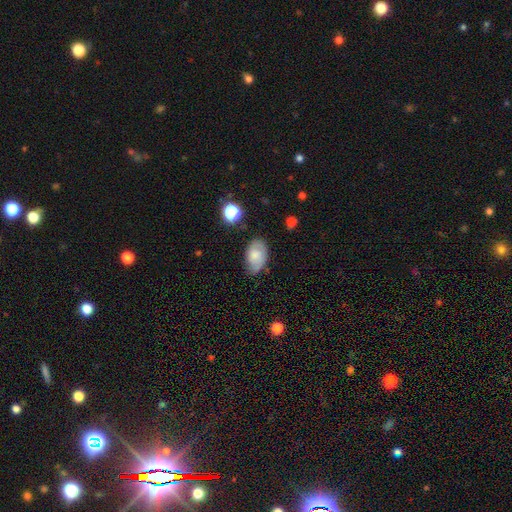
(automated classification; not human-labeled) smooth_or_featured: smooth (p=0.66) [alt: featured or disk p=0.25]
how_rounded: in between (p=0.91) [alt: round p=0.08]
merging: none (p=0.63) [alt: minor disturbance p=0.28]